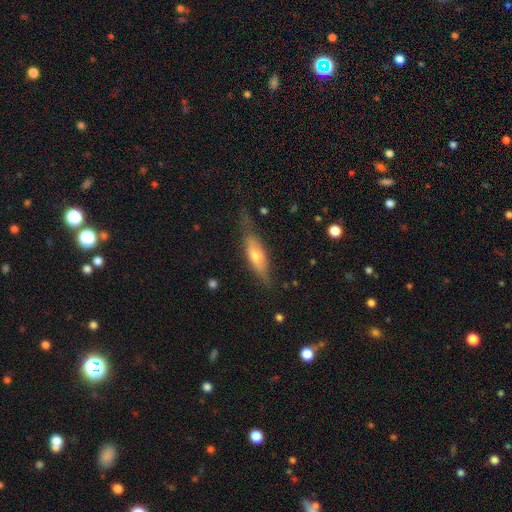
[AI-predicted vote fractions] Overall: smooth (50%; featured or disk 44%). Merging: none (62%; minor disturbance 26%).